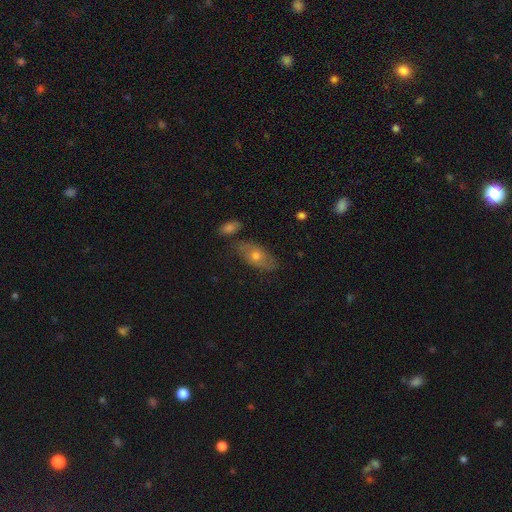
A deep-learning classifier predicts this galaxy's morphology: Q: Smooth or featured?
A: smooth (48%); runner-up: featured or disk (41%)
Q: Merging?
A: none (74%); runner-up: minor disturbance (16%)